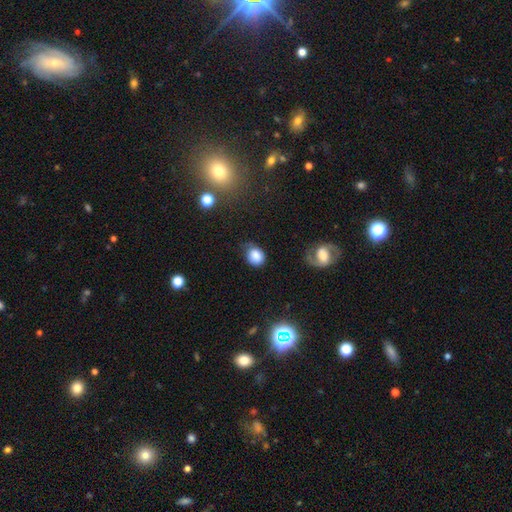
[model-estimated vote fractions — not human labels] Smooth or featured? Predicted: smooth (p=0.79). How rounded? Predicted: in between (p=0.50). Merging? Predicted: none (p=0.56).